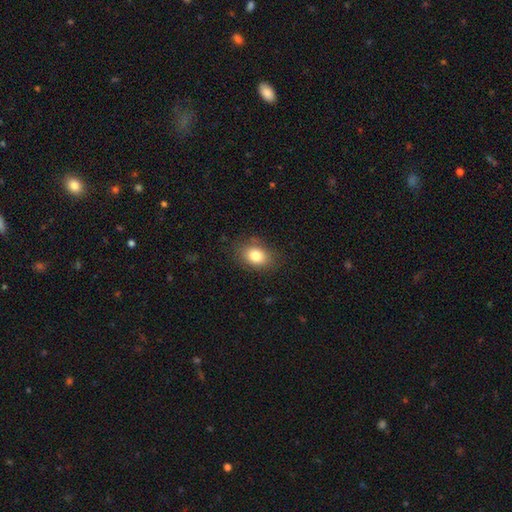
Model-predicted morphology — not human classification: This is clearly a smooth galaxy (82%). How rounded: likely in between (69%). Merging: clearly none (81%).